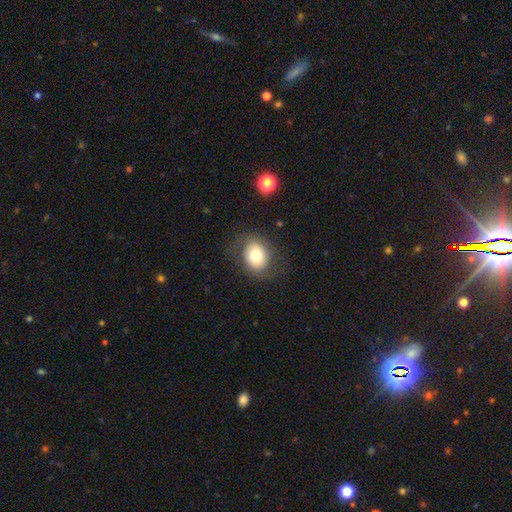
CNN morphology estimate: Smooth or featured? smooth (71%)
How rounded? round (51%)
Merging? none (76%)